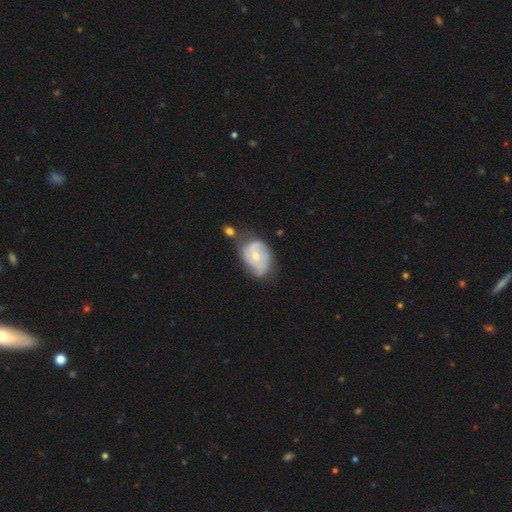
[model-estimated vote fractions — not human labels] Q: Smooth or featured?
A: featured or disk (63%); runner-up: smooth (31%)
Q: Edge-on disk?
A: no (96%); runner-up: yes (4%)
Q: Bar?
A: no (78%); runner-up: weak (19%)
Q: Spiral arms?
A: yes (67%); runner-up: no (33%)
Q: Bulge size?
A: moderate (56%); runner-up: small (40%)
Q: Merging?
A: none (39%); runner-up: minor disturbance (35%)